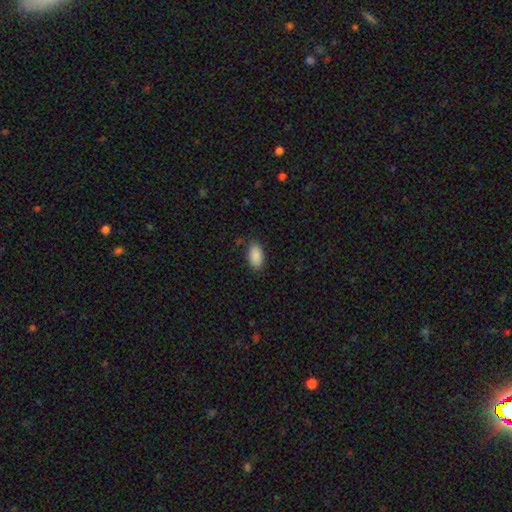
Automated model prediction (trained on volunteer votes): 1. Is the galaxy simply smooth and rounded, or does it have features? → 90% smooth, 7% star or artifact, 3% featured or disk.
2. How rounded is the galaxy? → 94% in between, 4% round, 2% cigar-shaped.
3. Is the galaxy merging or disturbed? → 84% none, 12% minor disturbance, 3% major disturbance, 1% merger.